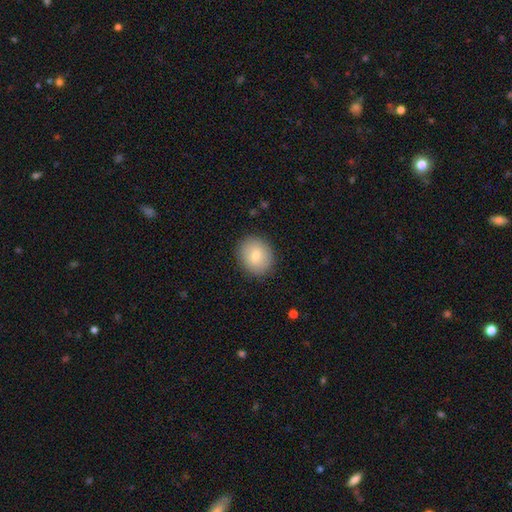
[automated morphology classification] This is likely a smooth galaxy (80%). How rounded: likely round (71%). Merging: clearly none (88%).